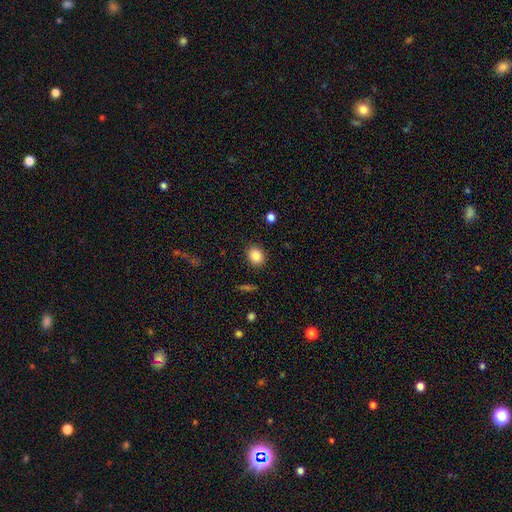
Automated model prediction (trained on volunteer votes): Smooth or featured?
  - smooth: 85% *
  - star or artifact: 9%
  - featured or disk: 6%
How rounded?
  - round: 58% *
  - in between: 41%
  - cigar-shaped: 1%
Merging?
  - none: 89% *
  - minor disturbance: 8%
  - major disturbance: 2%
  - merger: 1%